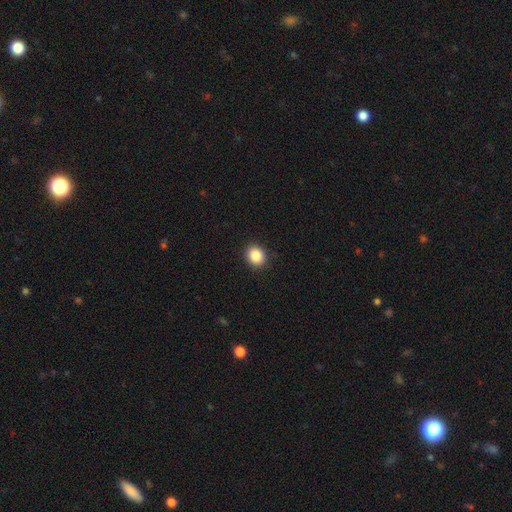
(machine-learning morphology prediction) Smooth or featured?
  - smooth: 87% *
  - star or artifact: 9%
  - featured or disk: 4%
How rounded?
  - round: 67% *
  - in between: 32%
  - cigar-shaped: 1%
Merging?
  - none: 91% *
  - minor disturbance: 6%
  - major disturbance: 2%
  - merger: 1%